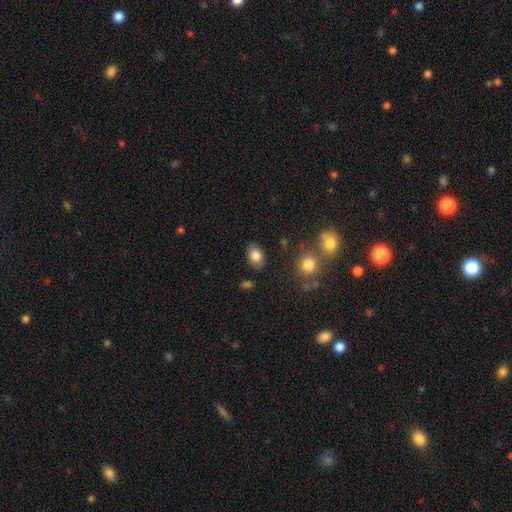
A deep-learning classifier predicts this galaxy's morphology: A smooth galaxy with no disk features (82%) that is in between round and cigar-shaped (78%). Merging: none (84%).